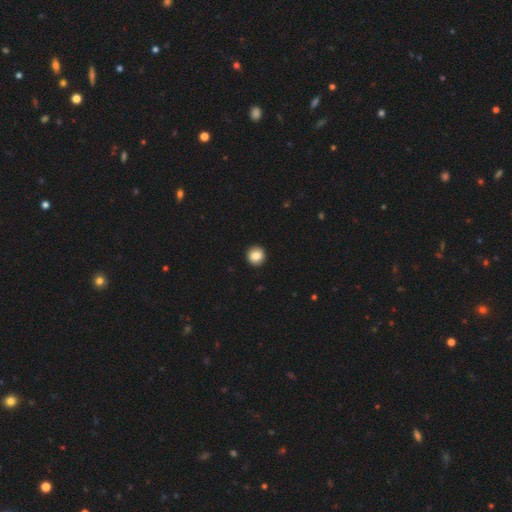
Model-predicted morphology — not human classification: smooth_or_featured: smooth (p=0.86) [alt: star or artifact p=0.08]
how_rounded: round (p=0.93) [alt: in between p=0.06]
merging: none (p=0.93) [alt: minor disturbance p=0.05]